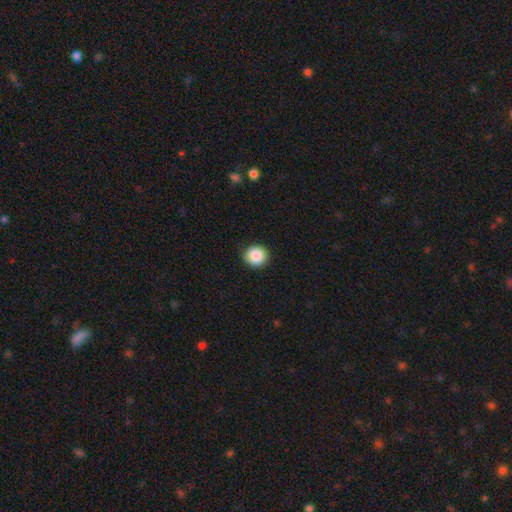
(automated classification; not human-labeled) A smooth galaxy with no disk features (88%) that is round (91%).

Vote fractions:
- Smooth or featured? smooth: 88% / star or artifact: 9% / featured or disk: 4%
- How rounded? round: 91% / in between: 8% / cigar-shaped: 1%
- Merging? none: 89% / minor disturbance: 8% / major disturbance: 2% / merger: 1%